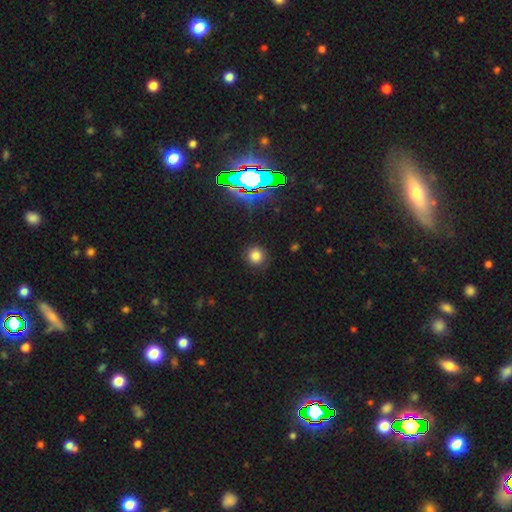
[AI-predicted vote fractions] The model was most divided on "smooth or featured": smooth: 78%, star or artifact: 17%, featured or disk: 5%. More confident: how rounded — round (91%); merging — none (87%).